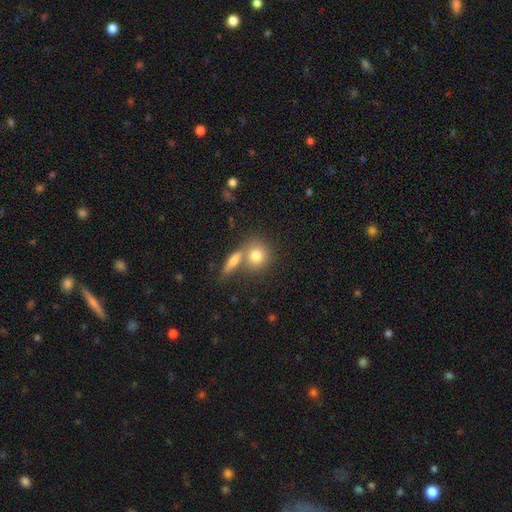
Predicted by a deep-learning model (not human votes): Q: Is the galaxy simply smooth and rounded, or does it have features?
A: smooth — 78%.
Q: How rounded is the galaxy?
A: round — 75%.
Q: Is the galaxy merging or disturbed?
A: none — 52%.